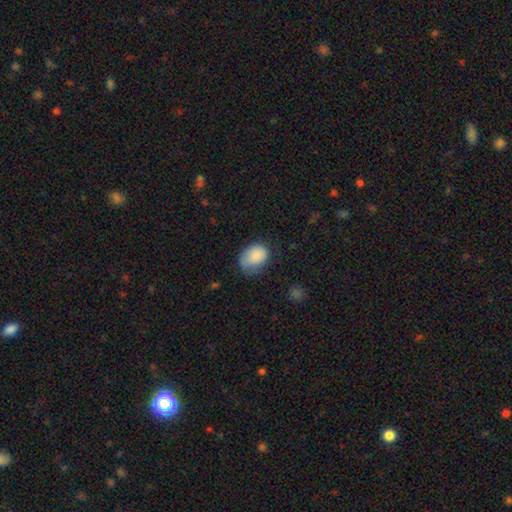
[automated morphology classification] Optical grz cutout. It shows a smooth galaxy with no disk features (85%) that is in between round and cigar-shaped (67%). Merging: none (48%).